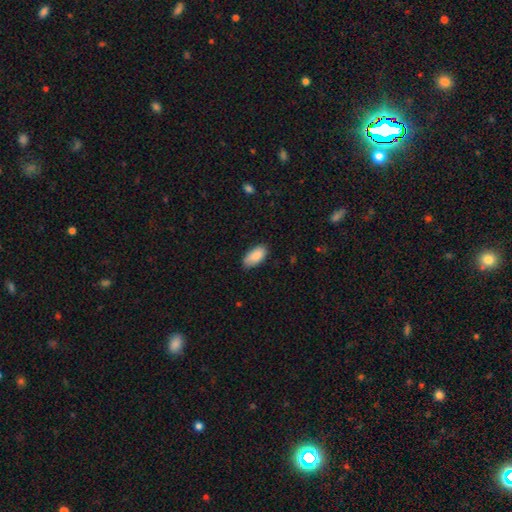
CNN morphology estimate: This appears to be a smooth galaxy with no disk features (89%) that is in between round and cigar-shaped (94%). Merging: none (80%).